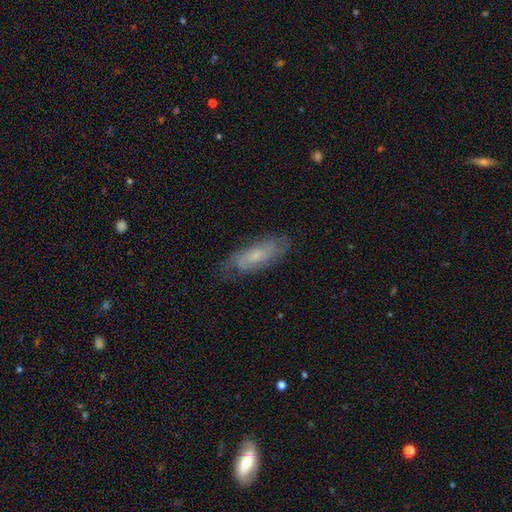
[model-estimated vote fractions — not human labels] The model was most divided on "smooth or featured": featured or disk: 55%, smooth: 38%, star or artifact: 7%. More confident: edge-on disk — no (80%); merging — none (72%).